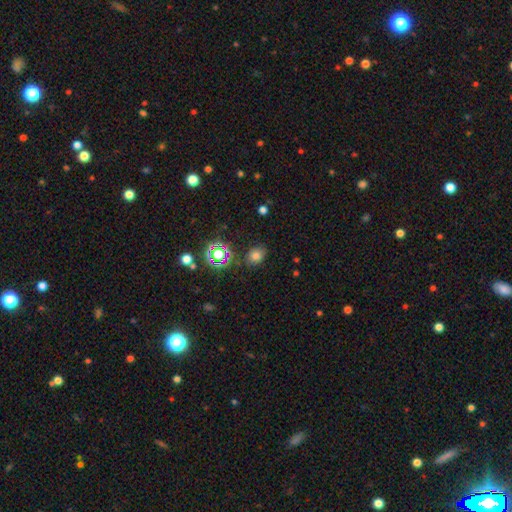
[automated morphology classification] This appears to be a smooth galaxy with no disk features (70%) that is round (54%). Merging: none (80%).